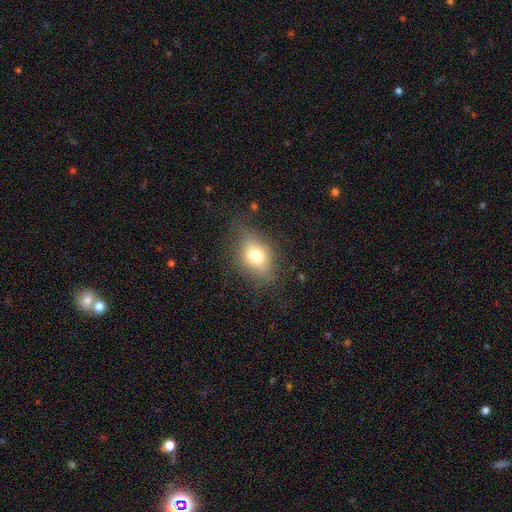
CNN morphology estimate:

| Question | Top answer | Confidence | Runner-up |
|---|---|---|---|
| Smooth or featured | smooth | 68% | featured or disk (21%) |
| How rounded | in between | 64% | round (34%) |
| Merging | none | 70% | minor disturbance (21%) |